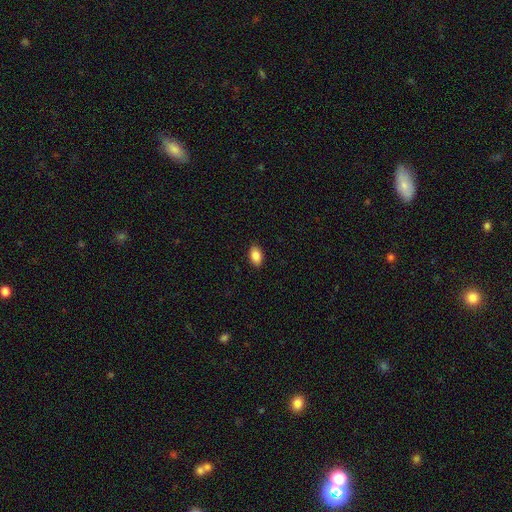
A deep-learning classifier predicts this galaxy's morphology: smooth 86%, star or artifact 8%, featured or disk 6%. Down the decision tree: how rounded — in between (89%); merging — none (90%).